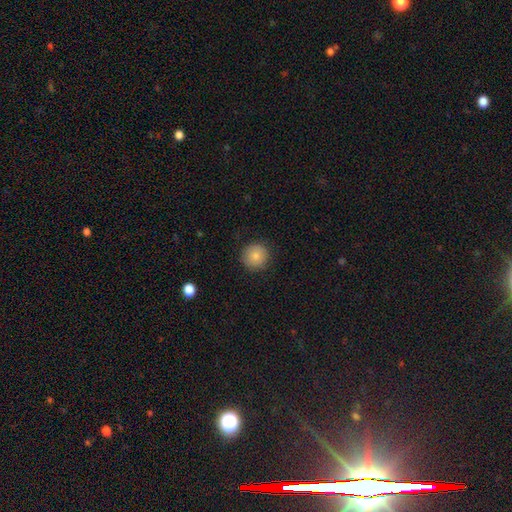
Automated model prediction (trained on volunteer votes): This is clearly a smooth galaxy (86%). How rounded: clearly round (94%). Merging: clearly none (89%).